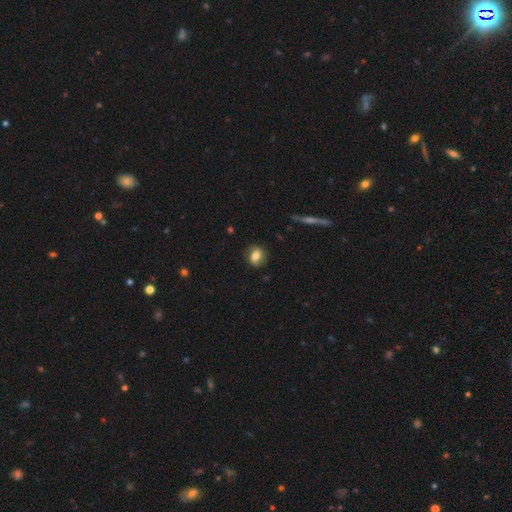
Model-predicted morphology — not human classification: Overall: smooth (72%). How rounded: round (56%; in between 42%). Merging: none (83%).